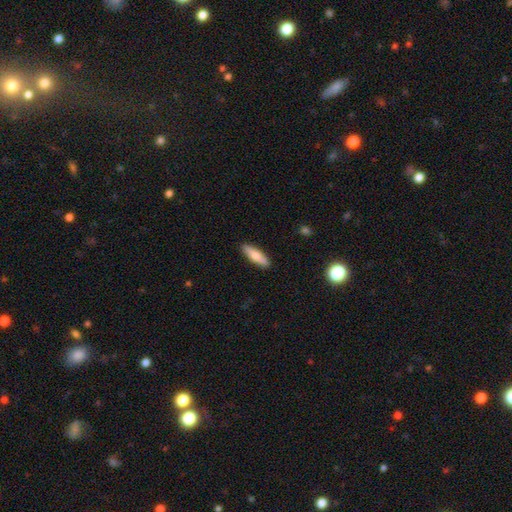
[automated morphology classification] smooth 71%, featured or disk 23%, star or artifact 6%. Down the decision tree: how rounded — cigar-shaped (60%); merging — none (90%).